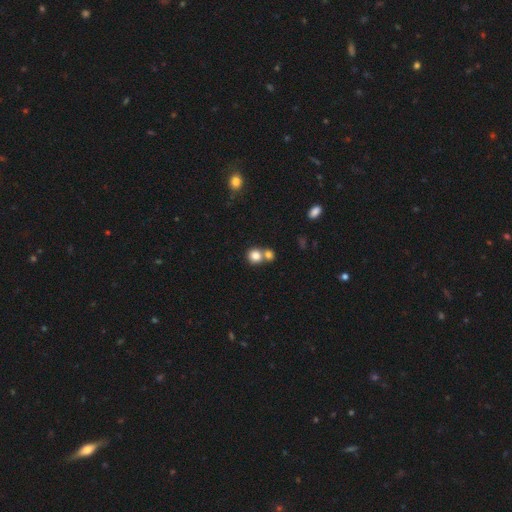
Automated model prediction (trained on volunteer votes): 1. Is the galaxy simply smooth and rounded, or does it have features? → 82% smooth, 10% star or artifact, 8% featured or disk.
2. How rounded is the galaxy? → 86% round, 13% in between, 1% cigar-shaped.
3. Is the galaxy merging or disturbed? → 48% none, 43% merger, 7% minor disturbance, 3% major disturbance.